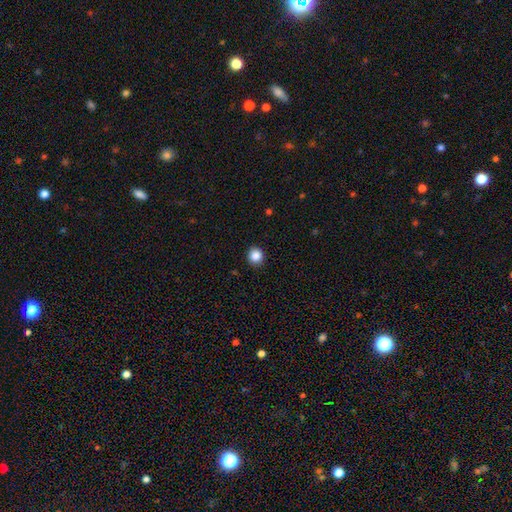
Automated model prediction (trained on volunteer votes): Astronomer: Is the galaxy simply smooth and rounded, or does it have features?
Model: smooth — 87%.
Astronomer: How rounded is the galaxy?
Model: round — 88%.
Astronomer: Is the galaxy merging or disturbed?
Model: none — 91%.